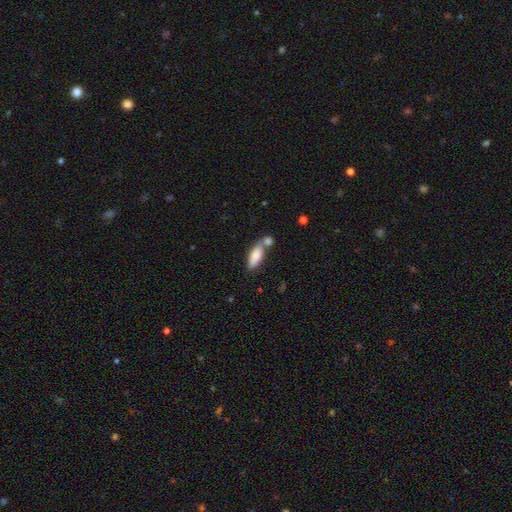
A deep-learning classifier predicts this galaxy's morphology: smooth 81%, featured or disk 13%, star or artifact 6%. Down the decision tree: how rounded — in between (71%); merging — none (46%).